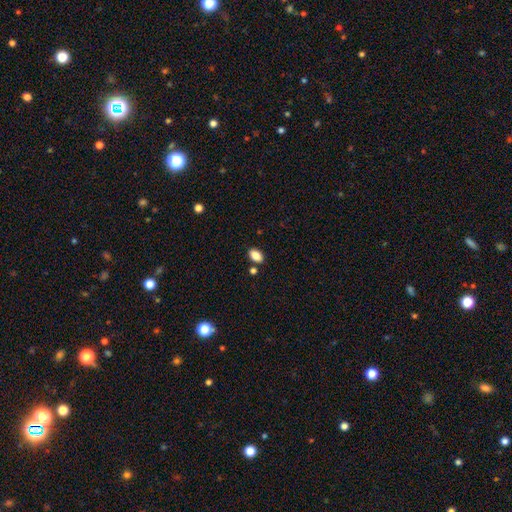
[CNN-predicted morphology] smooth_or_featured: smooth (p=0.87) [alt: star or artifact p=0.09]
how_rounded: in between (p=0.88) [alt: round p=0.10]
merging: none (p=0.83) [alt: minor disturbance p=0.10]